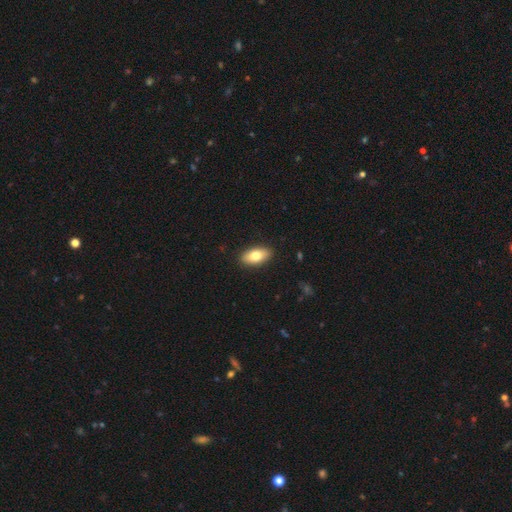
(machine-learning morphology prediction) This appears to be a smooth galaxy with no disk features (78%) that is in between round and cigar-shaped (90%). Merging: none (90%).